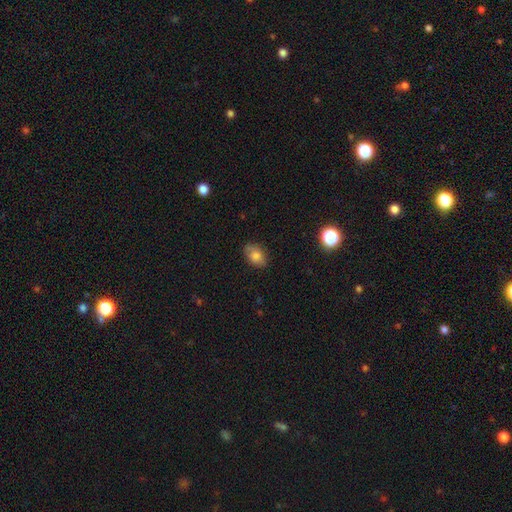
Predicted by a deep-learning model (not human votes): Smooth or featured? smooth (79%)
How rounded? in between (83%)
Merging? none (80%)